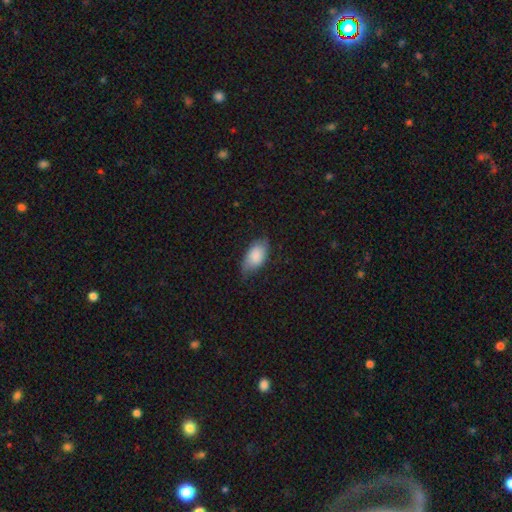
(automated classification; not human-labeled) The model was most divided on "merging": none: 58%, minor disturbance: 32%, major disturbance: 9%, merger: 1%. More confident: how rounded — in between (93%); smooth or featured — smooth (81%).